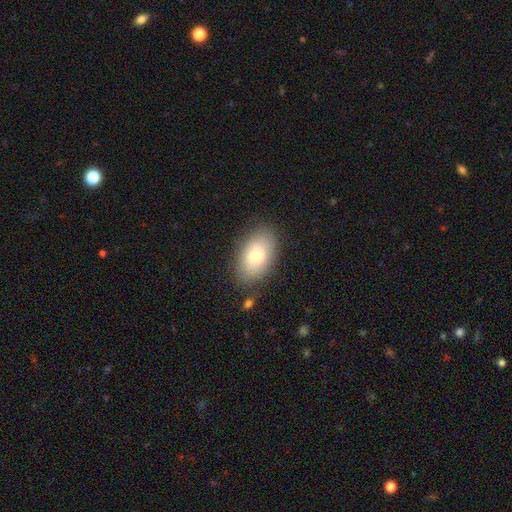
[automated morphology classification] This appears to be a smooth galaxy with no disk features (75%) that is in between round and cigar-shaped (93%). Merging: none (81%).